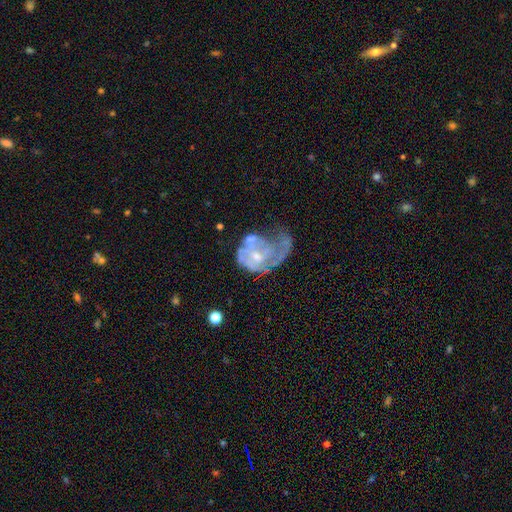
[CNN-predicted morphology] smooth_or_featured: featured or disk (p=0.73) [alt: smooth p=0.19]
disk_edge_on: no (p=0.98) [alt: yes p=0.02]
bar: no (p=0.72) [alt: weak p=0.24]
has_spiral_arms: yes (p=0.60) [alt: no p=0.40]
bulge_size: small (p=0.55) [alt: moderate p=0.34]
merging: major disturbance (p=0.50) [alt: none p=0.19]